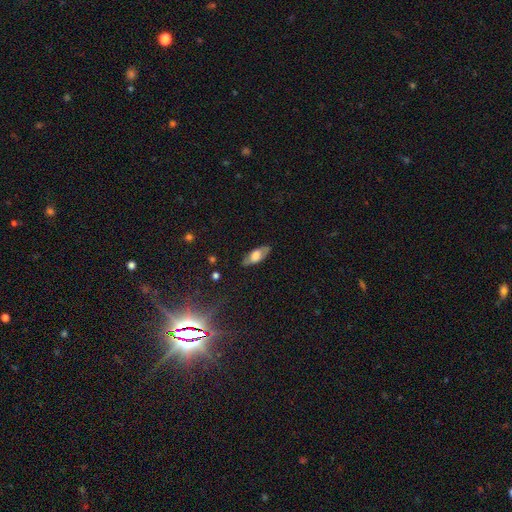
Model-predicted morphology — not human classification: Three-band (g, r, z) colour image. It shows a smooth galaxy with no disk features (60%) that is in between round and cigar-shaped (76%). Merging: none (79%).